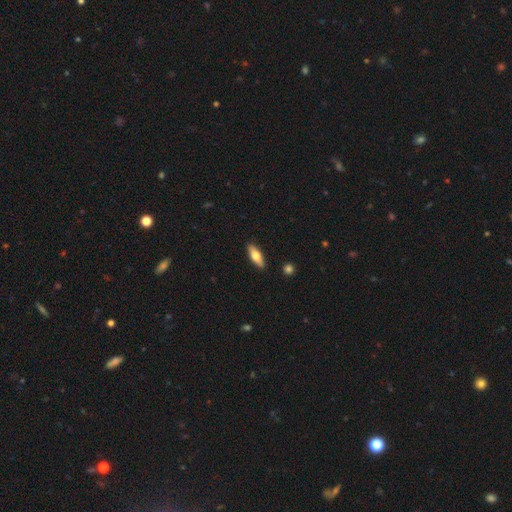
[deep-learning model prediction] Smooth or featured? smooth (63%)
How rounded? in between (56%)
Merging? none (89%)